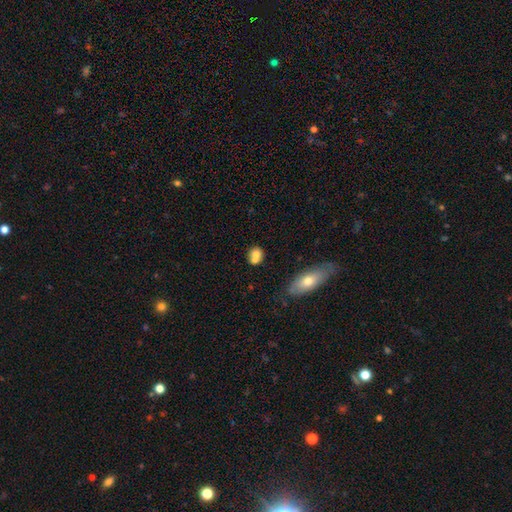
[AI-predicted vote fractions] smooth_or_featured: smooth (p=0.72) [alt: featured or disk p=0.18]
how_rounded: round (p=0.72) [alt: in between p=0.26]
merging: merger (p=0.43) [alt: none p=0.42]